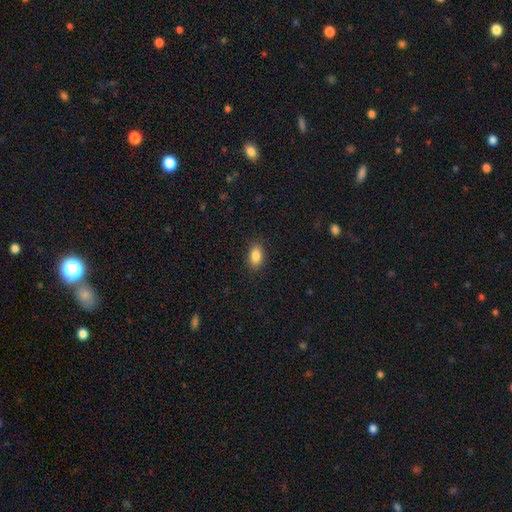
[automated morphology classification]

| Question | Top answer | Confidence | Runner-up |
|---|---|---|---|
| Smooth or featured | smooth | 87% | star or artifact (8%) |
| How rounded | in between | 88% | round (10%) |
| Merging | none | 88% | minor disturbance (9%) |